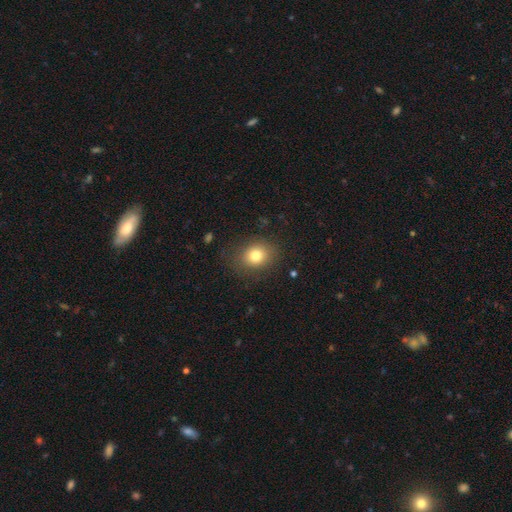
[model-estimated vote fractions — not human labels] smooth-or-featured: smooth: 79% | star or artifact: 11% | featured or disk: 10%
  how-rounded: round: 58% | in between: 41% | cigar-shaped: 1%
  merging: none: 83% | minor disturbance: 12% | major disturbance: 5% | merger: 1%